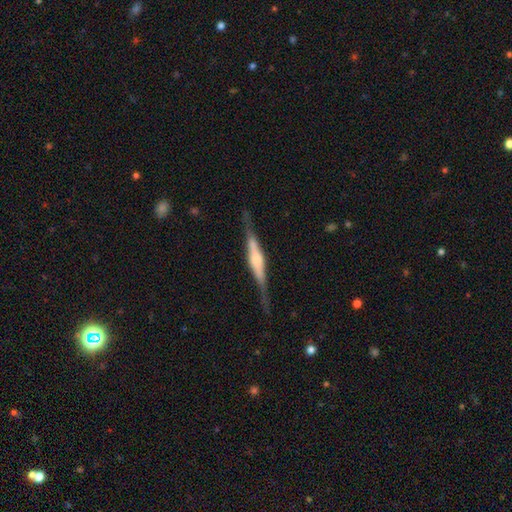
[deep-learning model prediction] Smooth or featured? featured or disk (78%)
Edge-on disk? yes (97%)
Edge-on bulge? rounded (46%)
Merging? none (81%)